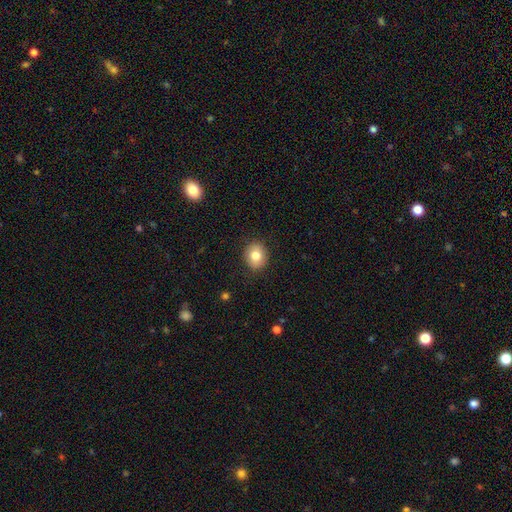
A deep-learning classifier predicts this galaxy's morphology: Smooth or featured: smooth — 80% (featured or disk — 11%)
How rounded: round — 67% (in between — 32%)
Merging: none — 88% (minor disturbance — 8%)